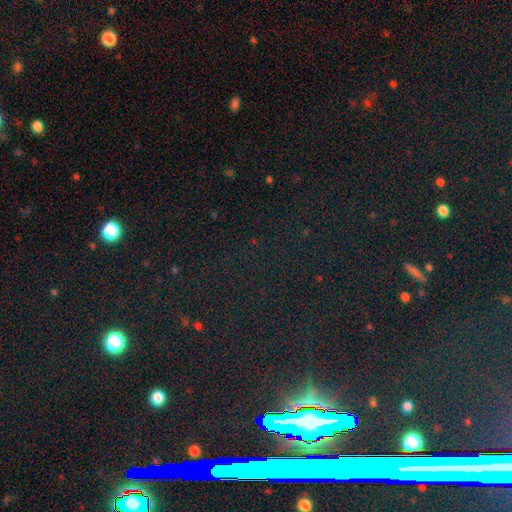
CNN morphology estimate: Q: Smooth or featured?
A: star or artifact (82%); runner-up: smooth (9%)